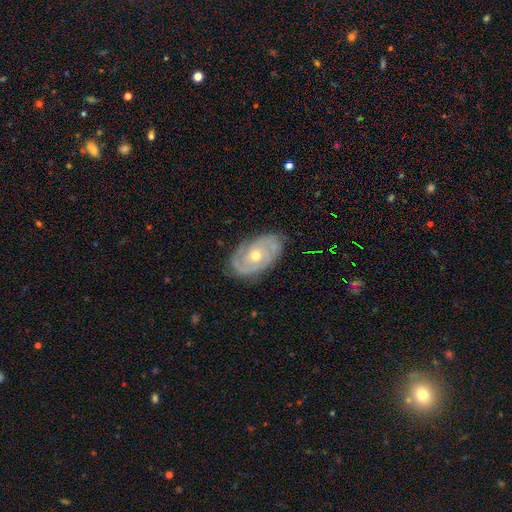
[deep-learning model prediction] featured or disk 85%, smooth 10%, star or artifact 5%. Down the decision tree: edge-on disk — no (95%); bar — no (78%); spiral arms — yes (94%); spiral arm count — 2 (42%); spiral winding — tight (68%); bulge size — moderate (53%); merging — none (80%).